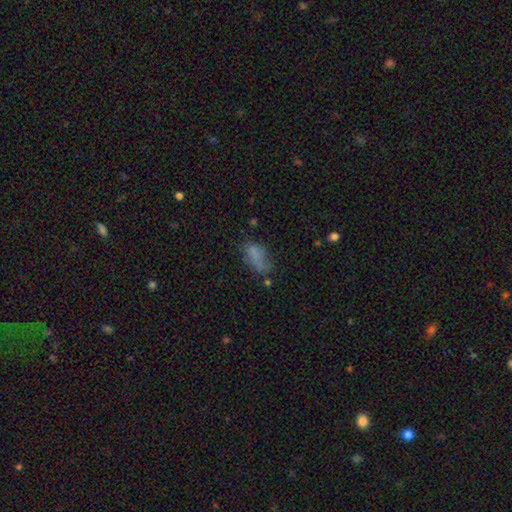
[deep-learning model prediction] A smooth galaxy with no disk features (72%) that is in between round and cigar-shaped (86%). Merging: none (42%).